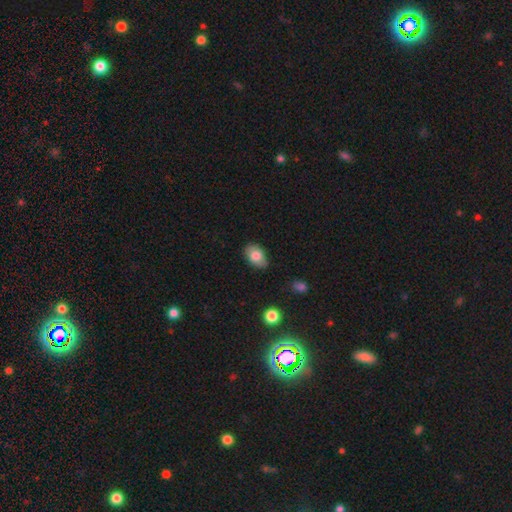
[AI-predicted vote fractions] Smooth or featured: smooth — 79% (featured or disk — 13%)
How rounded: in between — 86% (round — 13%)
Merging: none — 78% (minor disturbance — 18%)